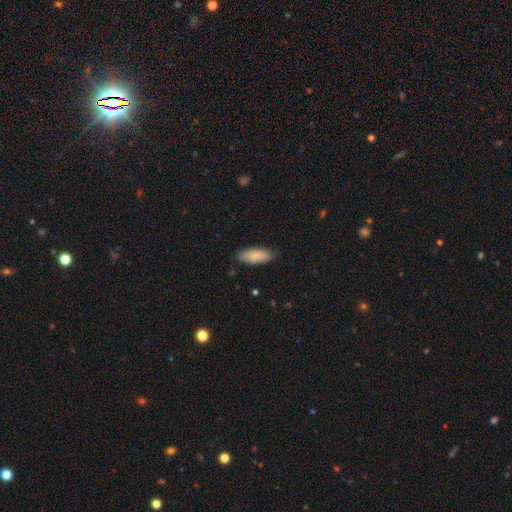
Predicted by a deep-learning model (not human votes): Morphology: type=smooth (87%); roundness=in between (75%); merging=none (86%).